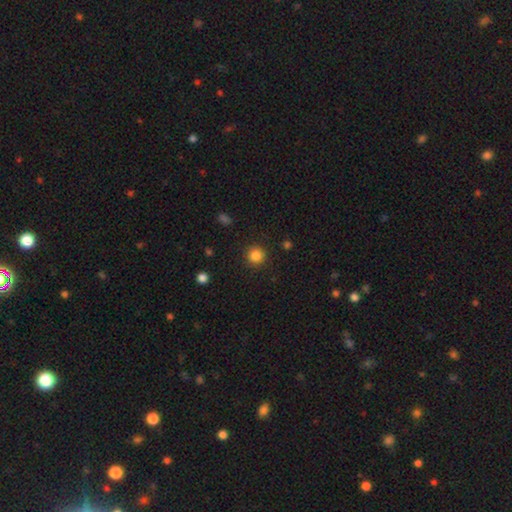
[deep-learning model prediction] Morphology: type=smooth (85%); roundness=round (94%); merging=none (91%).